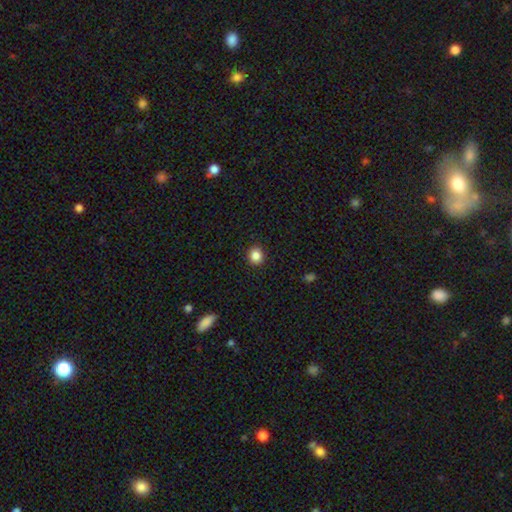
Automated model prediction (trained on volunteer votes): Q: Smooth or featured?
A: smooth (86%); runner-up: star or artifact (10%)
Q: How rounded?
A: round (84%); runner-up: in between (15%)
Q: Merging?
A: none (92%); runner-up: minor disturbance (6%)